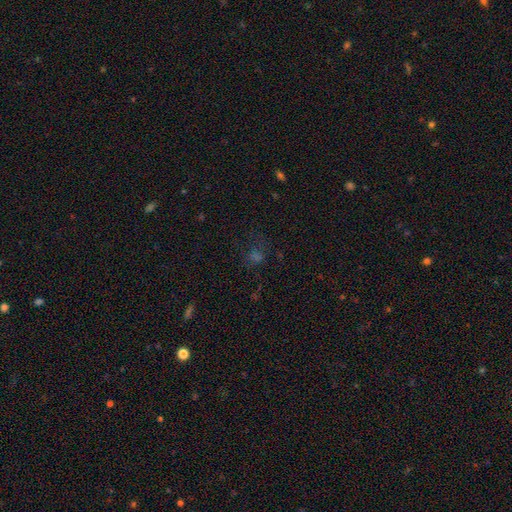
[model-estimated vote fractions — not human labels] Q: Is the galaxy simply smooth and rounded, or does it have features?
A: star or artifact — 44%, tied with smooth.